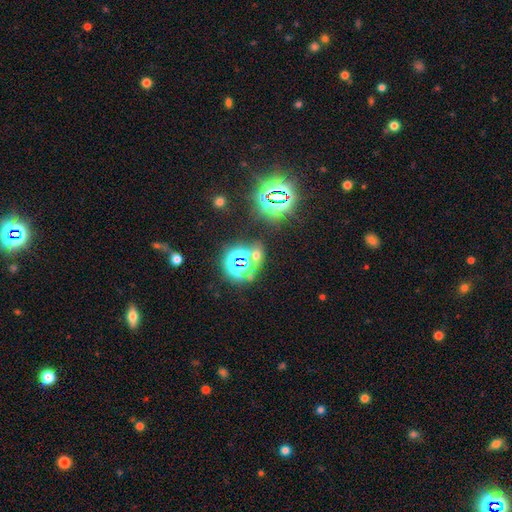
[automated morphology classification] Smooth or featured: star or artifact — 68% (smooth — 24%)